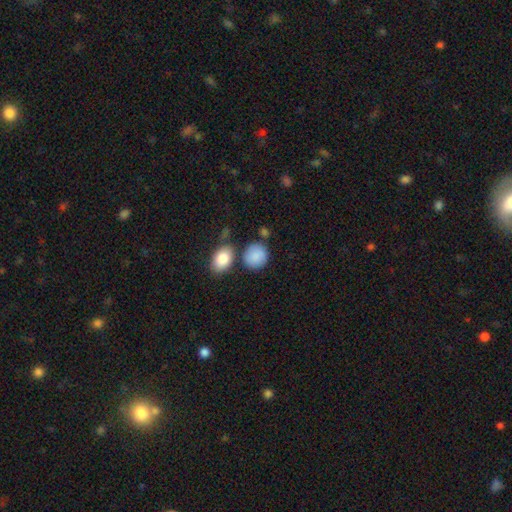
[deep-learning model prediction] smooth-or-featured: smooth: 88% | star or artifact: 7% | featured or disk: 6%
  how-rounded: round: 75% | in between: 24% | cigar-shaped: 1%
  merging: none: 71% | minor disturbance: 15% | merger: 10% | major disturbance: 4%